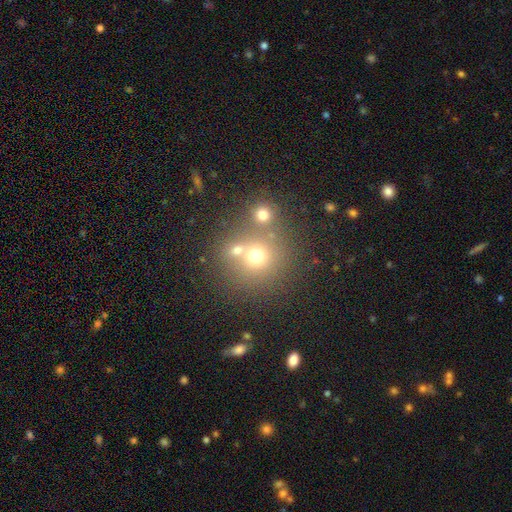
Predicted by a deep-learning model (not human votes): Q: Smooth or featured?
A: smooth (67%); runner-up: star or artifact (19%)
Q: How rounded?
A: round (88%); runner-up: in between (11%)
Q: Merging?
A: none (56%); runner-up: merger (32%)